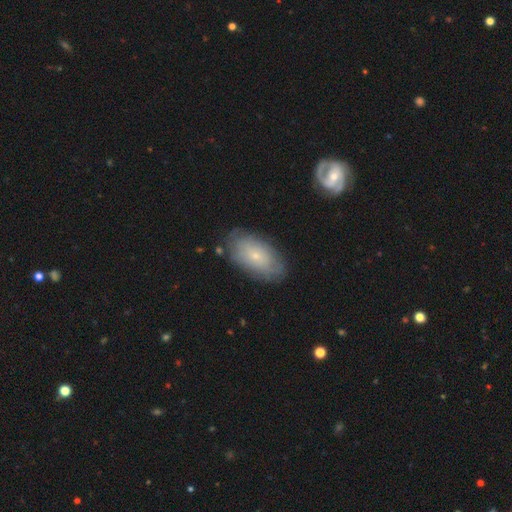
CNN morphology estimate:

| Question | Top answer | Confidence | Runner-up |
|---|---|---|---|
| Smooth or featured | smooth | 55% | featured or disk (37%) |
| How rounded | in between | 93% | round (4%) |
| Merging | none | 77% | minor disturbance (16%) |